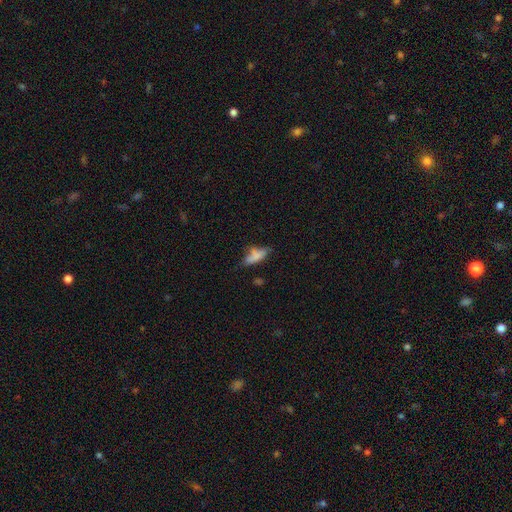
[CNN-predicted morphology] Smooth or featured? smooth (69%)
How rounded? in between (56%)
Merging? none (48%)